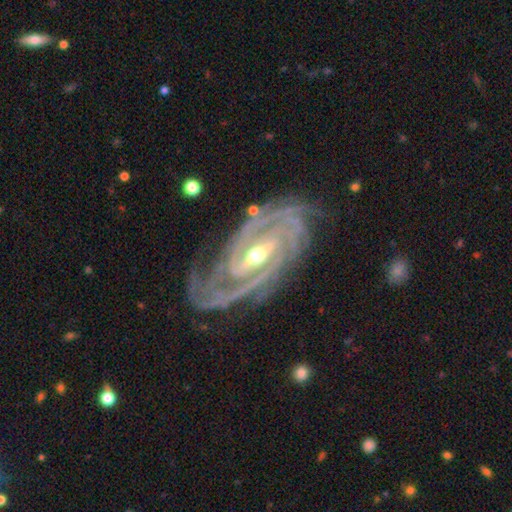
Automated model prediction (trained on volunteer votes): Q: Smooth or featured?
A: featured or disk (92%); runner-up: star or artifact (4%)
Q: Edge-on disk?
A: no (95%); runner-up: yes (5%)
Q: Bar?
A: weak (36%); tied with: strong (36%)
Q: Spiral arms?
A: yes (98%); runner-up: no (2%)
Q: Spiral winding?
A: tight (63%); runner-up: medium (29%)
Q: Spiral arm count?
A: 2 (38%); runner-up: 3 (21%)
Q: Bulge size?
A: moderate (62%); runner-up: small (33%)
Q: Merging?
A: none (65%); runner-up: minor disturbance (21%)